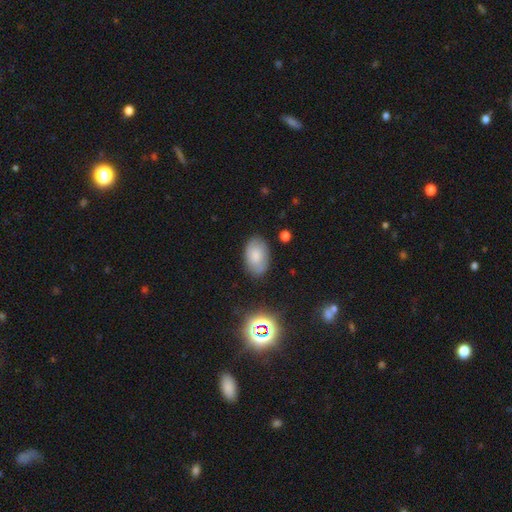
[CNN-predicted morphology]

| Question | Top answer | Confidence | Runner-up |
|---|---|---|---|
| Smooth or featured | smooth | 75% | featured or disk (16%) |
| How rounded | in between | 91% | round (8%) |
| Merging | none | 80% | minor disturbance (15%) |